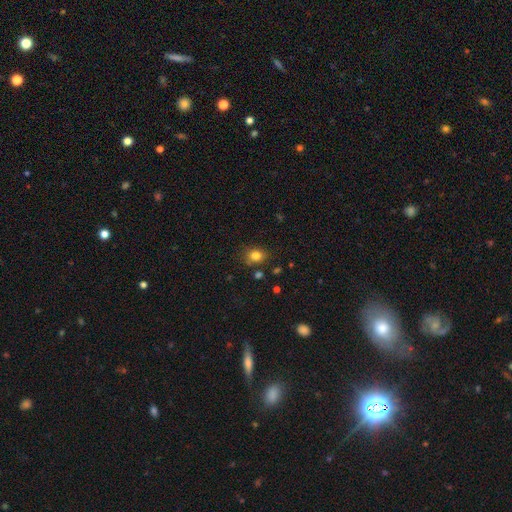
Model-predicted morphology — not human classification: smooth_or_featured: smooth (p=0.81) [alt: star or artifact p=0.12]
how_rounded: in between (p=0.52) [alt: round p=0.47]
merging: none (p=0.78) [alt: minor disturbance p=0.14]